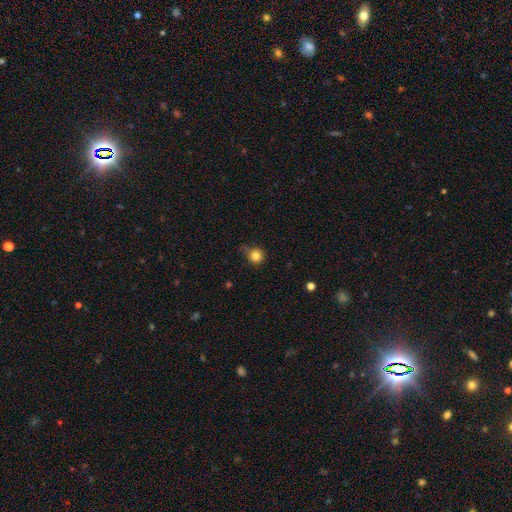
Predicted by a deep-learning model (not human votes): A smooth galaxy with no disk features (82%) that is round (93%). Merging: none (67%).